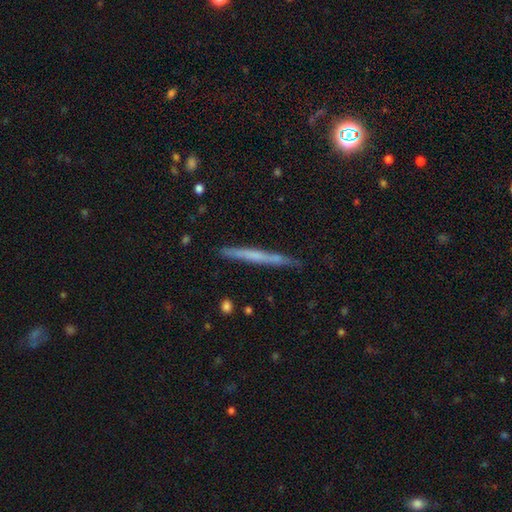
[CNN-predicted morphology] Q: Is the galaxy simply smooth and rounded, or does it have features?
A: featured or disk — 49%.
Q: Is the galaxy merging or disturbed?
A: none — 88%.